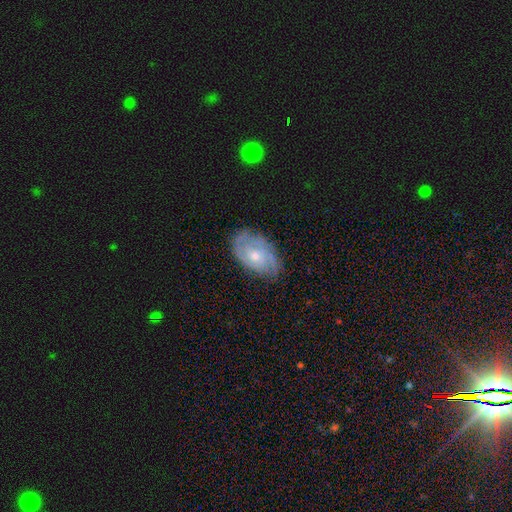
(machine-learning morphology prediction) featured or disk 74%, smooth 20%, star or artifact 6%. Down the decision tree: edge-on disk — no (96%); bar — no (77%); spiral arms — yes (90%); spiral arm count — can't tell (40%); spiral winding — tight (62%); bulge size — small (49%); merging — none (73%).